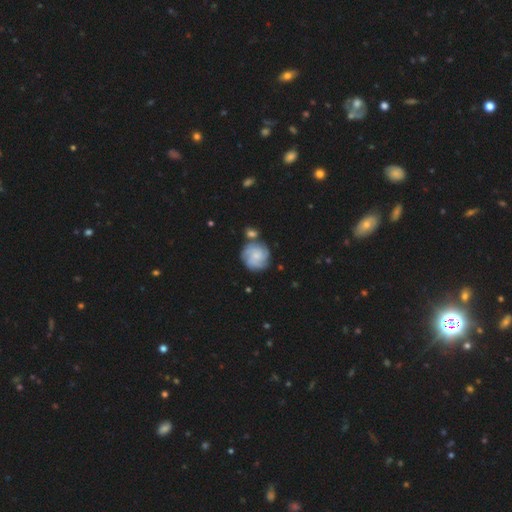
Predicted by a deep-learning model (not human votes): smooth_or_featured: featured or disk (p=0.68) [alt: smooth p=0.25]
disk_edge_on: no (p=0.98) [alt: yes p=0.02]
bar: no (p=0.76) [alt: weak p=0.21]
has_spiral_arms: yes (p=0.94) [alt: no p=0.06]
spiral_winding: tight (p=0.62) [alt: medium p=0.28]
spiral_arm_count: 4 (p=0.31) [alt: can't tell p=0.27]
bulge_size: small (p=0.62) [alt: moderate p=0.26]
merging: none (p=0.68) [alt: minor disturbance p=0.14]